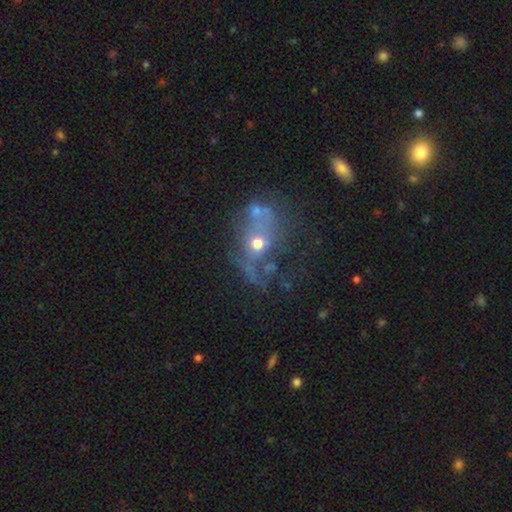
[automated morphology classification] Smooth or featured? Predicted: featured or disk (p=0.46). Merging? Predicted: merger (p=0.40).